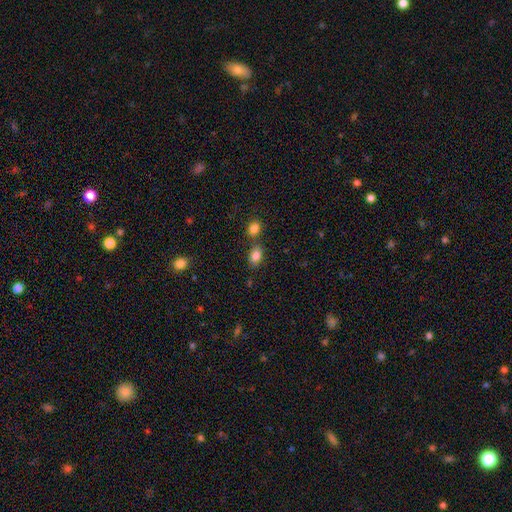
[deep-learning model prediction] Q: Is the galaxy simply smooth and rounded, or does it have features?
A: smooth — 85%.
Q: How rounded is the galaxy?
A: in between — 85%.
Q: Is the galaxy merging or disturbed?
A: none — 62%.